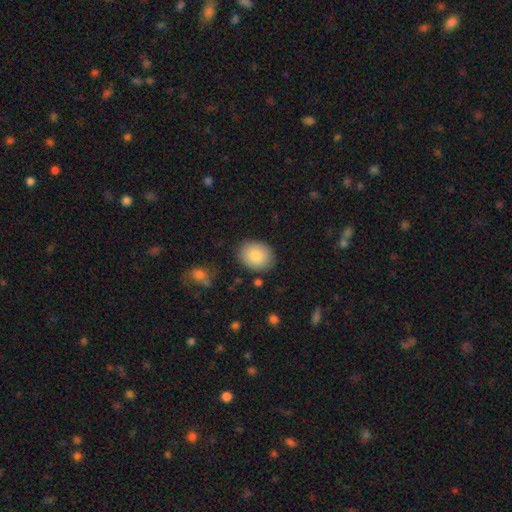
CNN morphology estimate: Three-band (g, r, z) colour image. It shows a smooth galaxy with no disk features (83%) that is round (53%). Merging: none (86%).